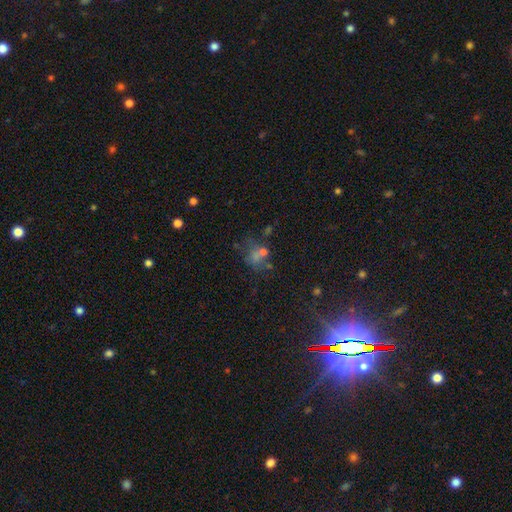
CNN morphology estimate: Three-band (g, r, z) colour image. It shows a star or artifact, not a galaxy (43%).